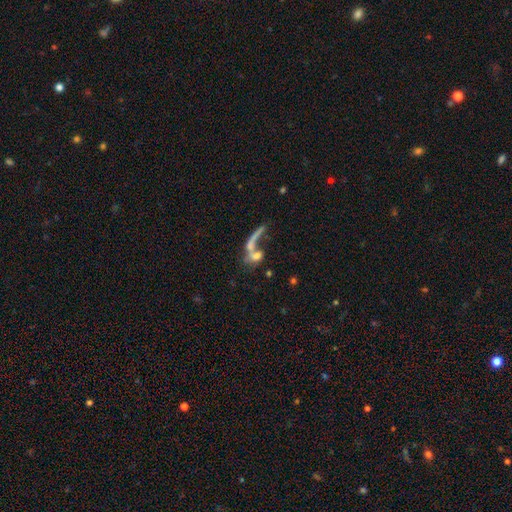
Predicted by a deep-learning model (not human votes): A smooth galaxy with no disk features (50%) that is in between round and cigar-shaped (46%). Merging: merger (51%).